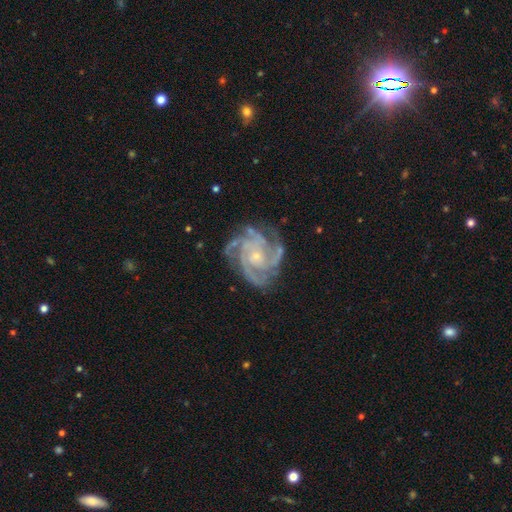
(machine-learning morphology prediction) A featured or disk galaxy (91%) with no bar (72%), 4 (37%) tight (65%) spiral arms (98%) and a small central bulge (69%).

Vote fractions:
- Smooth or featured? featured or disk: 91% / star or artifact: 5% / smooth: 4%
- Edge-on disk? no: 98% / yes: 2%
- Bar? no: 72% / weak: 22% / strong: 7%
- Spiral arms? yes: 98% / no: 2%
- Spiral winding? tight: 65% / medium: 32% / loose: 4%
- Spiral arm count? 4: 37% / 3: 30% / can't tell: 10% / more than 4: 9% / 2: 8% / 1: 6%
- Bulge size? small: 69% / moderate: 26% / none: 3% / large: 1% / dominant: 1%
- Merging? none: 76% / minor disturbance: 17% / major disturbance: 6% / merger: 1%